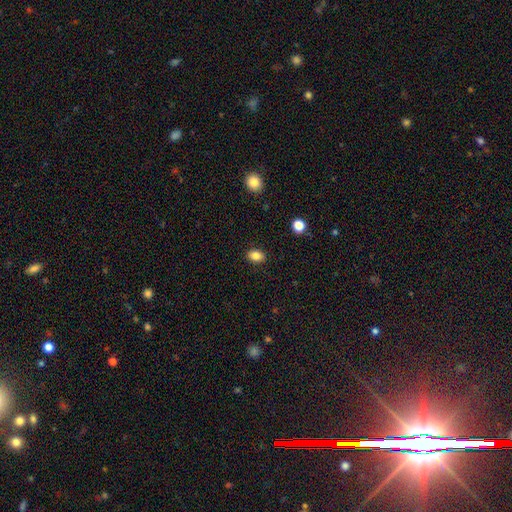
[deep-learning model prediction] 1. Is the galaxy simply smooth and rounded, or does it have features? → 85% smooth, 10% star or artifact, 5% featured or disk.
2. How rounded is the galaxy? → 74% in between, 25% round, 1% cigar-shaped.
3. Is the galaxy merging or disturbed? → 89% none, 8% minor disturbance, 2% major disturbance, 1% merger.